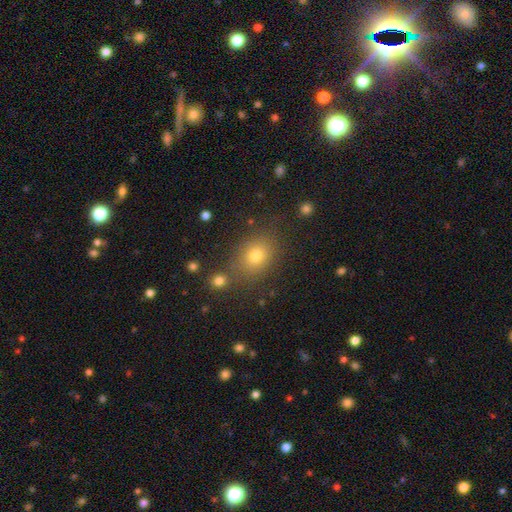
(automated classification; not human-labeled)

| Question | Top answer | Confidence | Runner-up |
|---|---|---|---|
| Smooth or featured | smooth | 74% | star or artifact (16%) |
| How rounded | in between | 52% | round (46%) |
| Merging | none | 77% | minor disturbance (12%) |